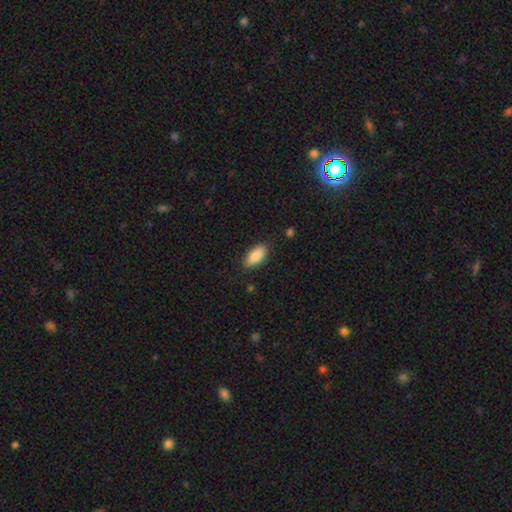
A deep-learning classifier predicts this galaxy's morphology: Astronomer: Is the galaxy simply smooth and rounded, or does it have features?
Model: smooth — 87%.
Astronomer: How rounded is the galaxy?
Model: in between — 91%.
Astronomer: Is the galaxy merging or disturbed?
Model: none — 84%.